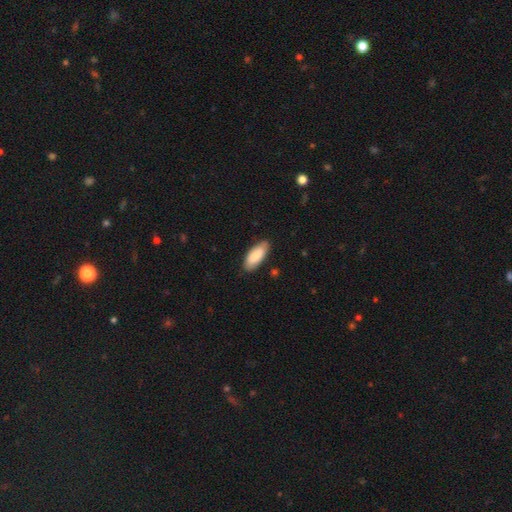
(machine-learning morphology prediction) Smooth or featured: smooth — 85% (featured or disk — 9%)
How rounded: in between — 84% (cigar-shaped — 14%)
Merging: none — 83% (minor disturbance — 13%)